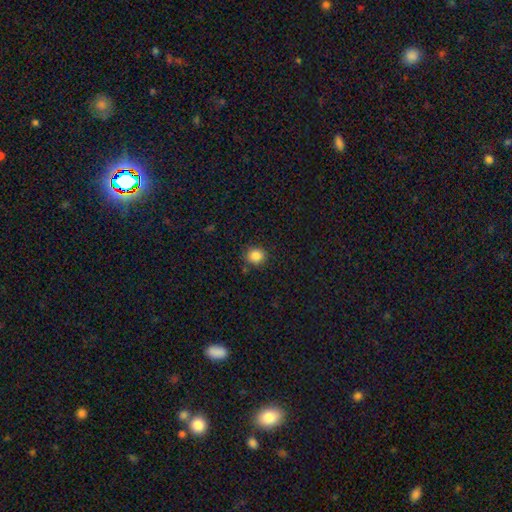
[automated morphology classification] Smooth or featured? Predicted: smooth (p=0.85). How rounded? Predicted: round (p=0.82). Merging? Predicted: none (p=0.84).